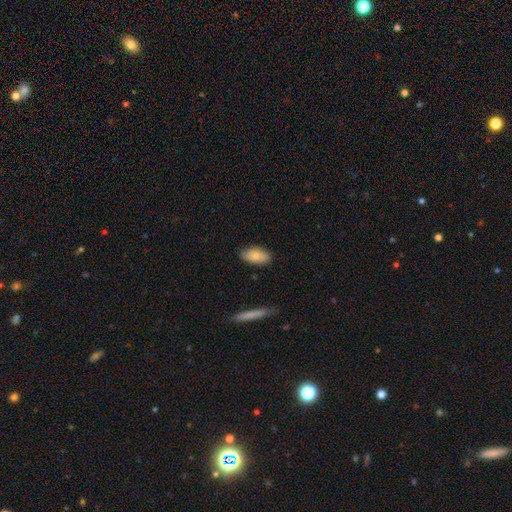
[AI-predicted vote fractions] smooth 82%, featured or disk 12%, star or artifact 6%. Down the decision tree: how rounded — in between (92%); merging — none (83%).